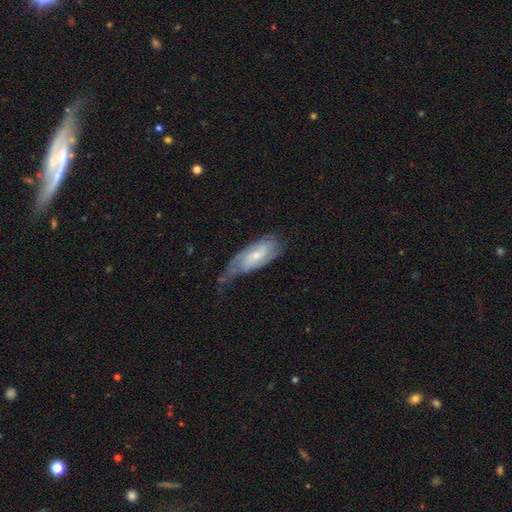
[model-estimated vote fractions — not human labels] featured or disk 67%, smooth 27%, star or artifact 6%. Down the decision tree: edge-on disk — no (91%); bar — no (46%); spiral arms — yes (90%); spiral arm count — 2 (53%); spiral winding — tight (43%); bulge size — small (55%); merging — none (40%).